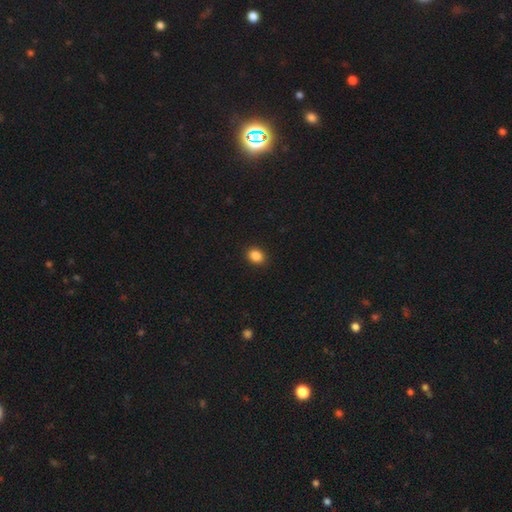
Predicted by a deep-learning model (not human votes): Overall: smooth (87%). How rounded: in between (56%; round 43%). Merging: none (91%).